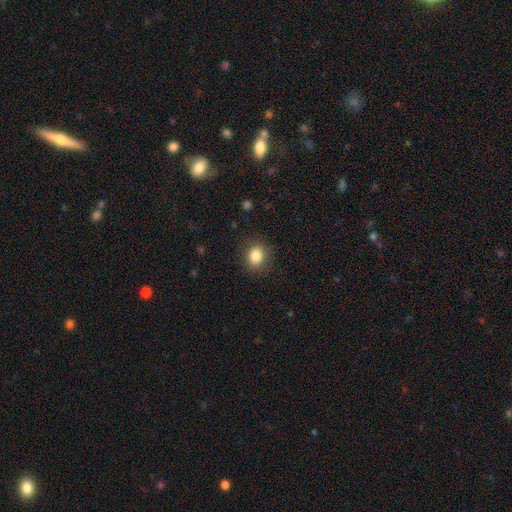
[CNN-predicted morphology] smooth 84%, star or artifact 10%, featured or disk 6%. Down the decision tree: how rounded — round (67%); merging — none (86%).